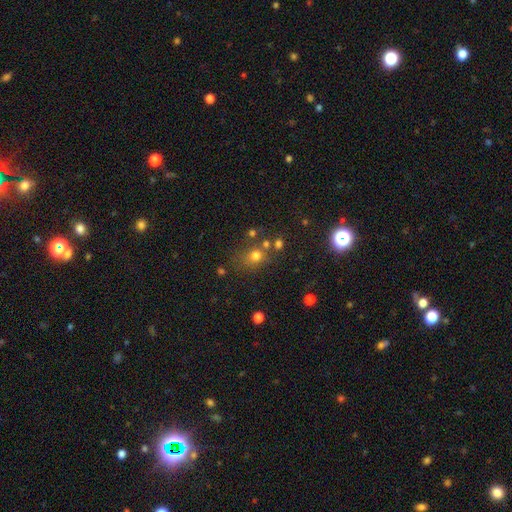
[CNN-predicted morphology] smooth-or-featured: smooth: 70% | star or artifact: 20% | featured or disk: 10%
  how-rounded: round: 74% | in between: 25% | cigar-shaped: 1%
  merging: none: 64% | merger: 16% | minor disturbance: 14% | major disturbance: 6%